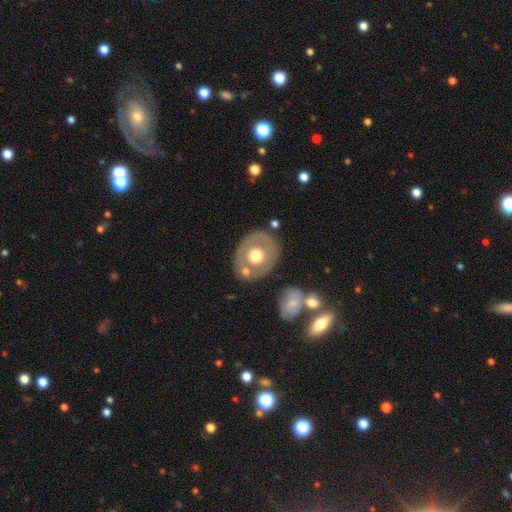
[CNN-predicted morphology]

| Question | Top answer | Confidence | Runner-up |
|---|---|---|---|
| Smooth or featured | smooth | 49% | featured or disk (44%) |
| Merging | none | 74% | minor disturbance (12%) |